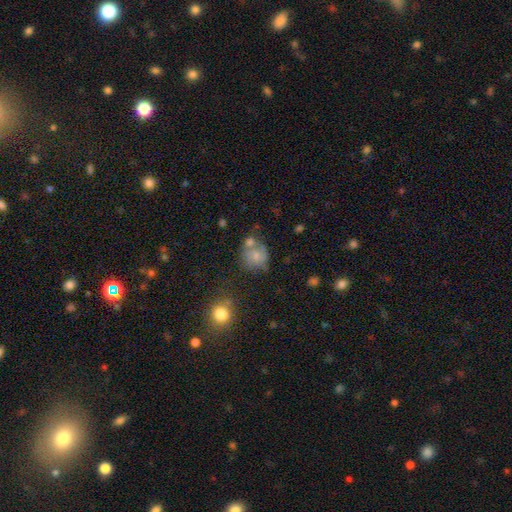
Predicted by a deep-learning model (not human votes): smooth-or-featured: smooth: 63% | featured or disk: 25% | star or artifact: 11%
  how-rounded: round: 77% | in between: 22% | cigar-shaped: 1%
  merging: none: 46% | merger: 26% | minor disturbance: 19% | major disturbance: 9%